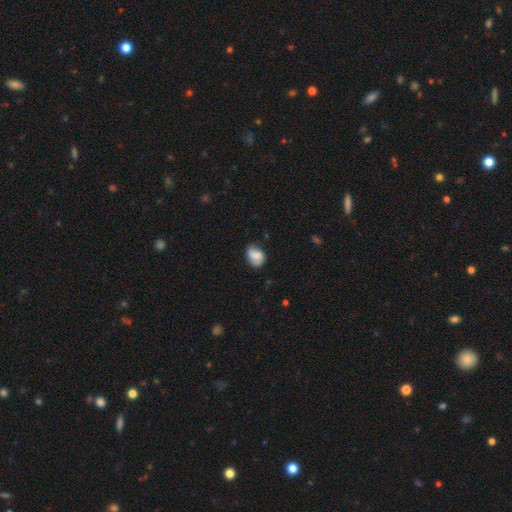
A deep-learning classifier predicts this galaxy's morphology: A smooth galaxy with no disk features (63%) that is in between round and cigar-shaped (59%). Merging: none (61%).